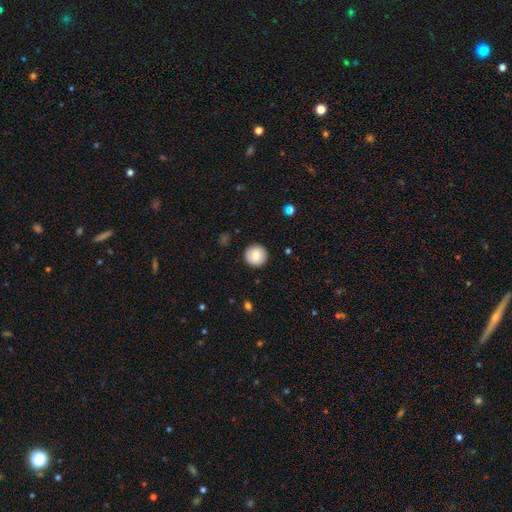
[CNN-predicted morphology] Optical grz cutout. It shows a smooth galaxy with no disk features (80%) that is round (96%). Merging: none (91%).